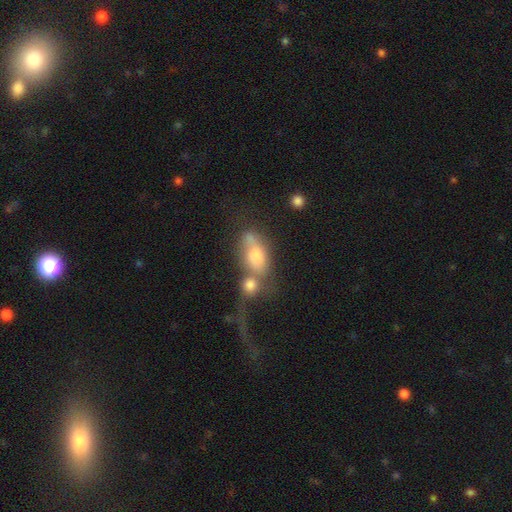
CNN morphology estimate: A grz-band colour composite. It shows a smooth galaxy with no disk features (62%) that is in between round and cigar-shaped (78%). Merging: merger (57%).